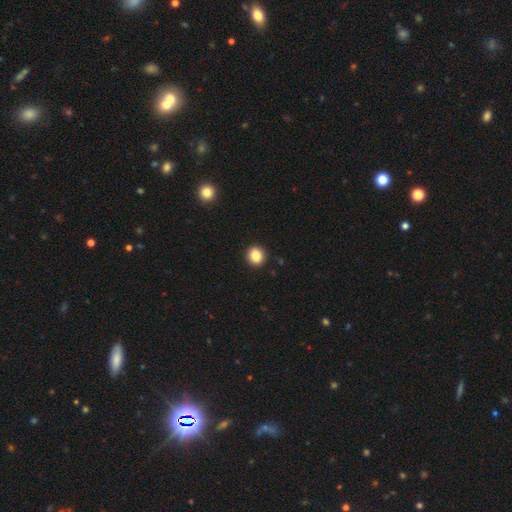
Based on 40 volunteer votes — This appears to be a smooth galaxy with no disk features (90%) that is round (72%). Merging: none (100%).